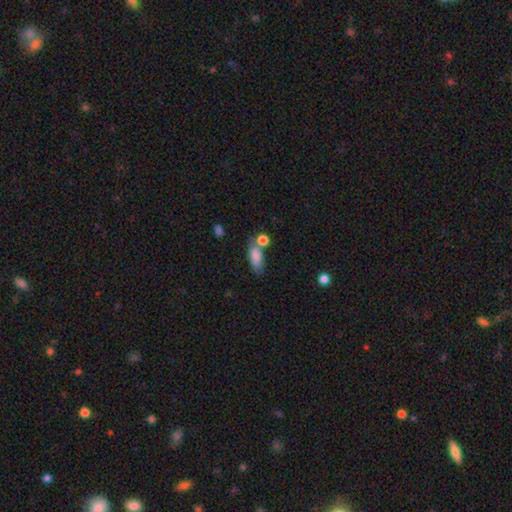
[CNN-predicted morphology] This appears to be a smooth galaxy with no disk features (83%) that is in between round and cigar-shaped (77%). Merging: none (51%).